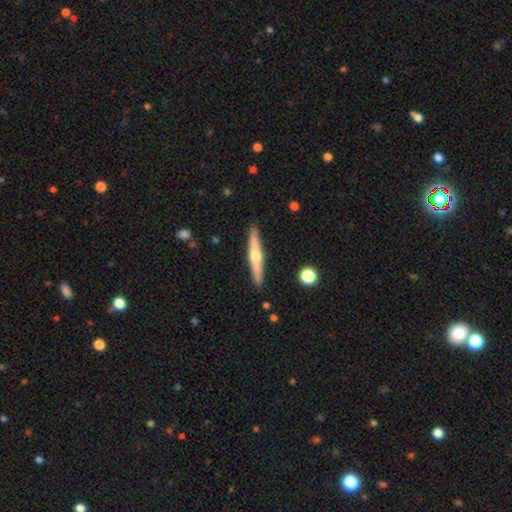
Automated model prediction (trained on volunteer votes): Morphology: type=featured or disk (63%); edge-on=yes (97%); edge-on bulge=rounded (90%); merging=none (90%).